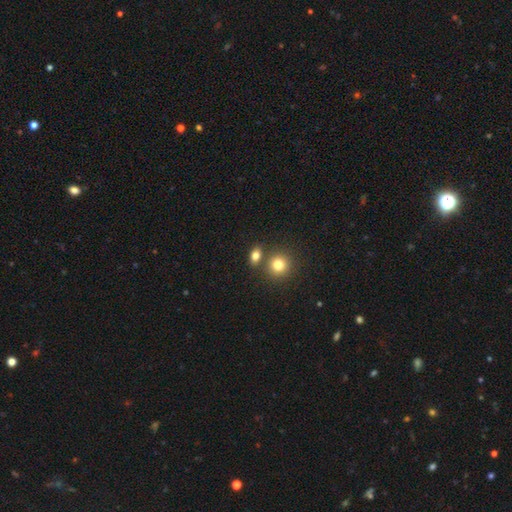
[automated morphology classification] Smooth or featured? Predicted: smooth (p=0.79). How rounded? Predicted: in between (p=0.61). Merging? Predicted: none (p=0.68).